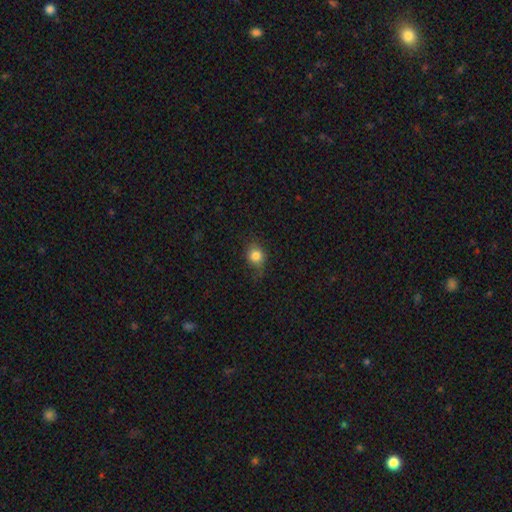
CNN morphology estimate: Smooth or featured? Predicted: smooth (p=0.81). How rounded? Predicted: round (p=0.73). Merging? Predicted: none (p=0.67).